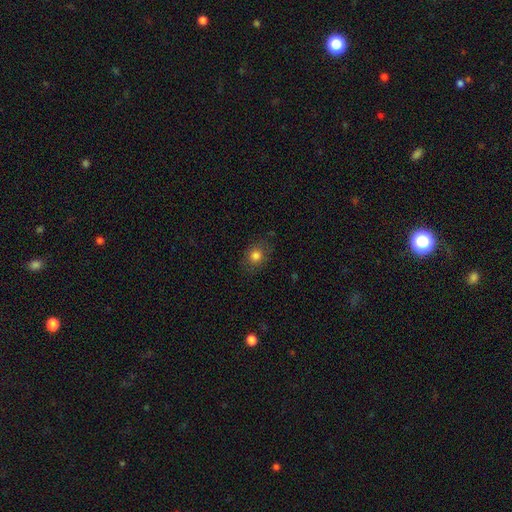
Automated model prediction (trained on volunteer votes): smooth_or_featured: smooth (p=0.80) [alt: star or artifact p=0.12]
how_rounded: round (p=0.58) [alt: in between p=0.41]
merging: none (p=0.81) [alt: minor disturbance p=0.14]